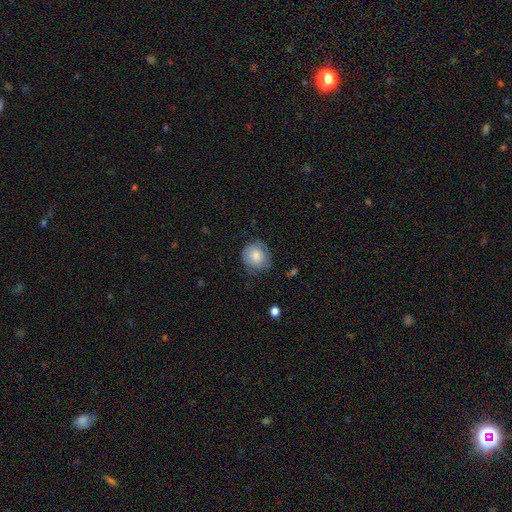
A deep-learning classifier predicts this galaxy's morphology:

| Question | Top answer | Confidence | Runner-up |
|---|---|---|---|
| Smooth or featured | smooth | 78% | featured or disk (15%) |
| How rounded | round | 85% | in between (14%) |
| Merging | none | 69% | minor disturbance (24%) |